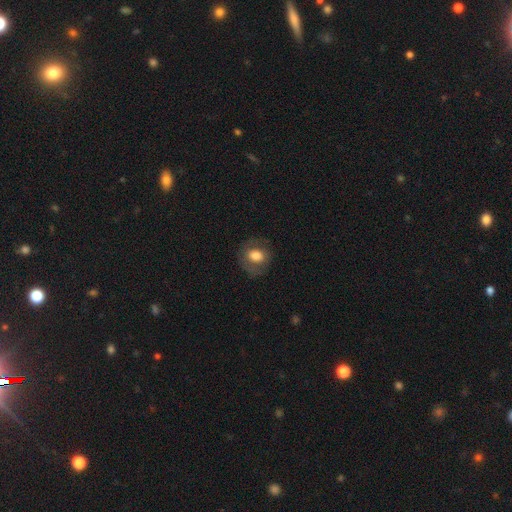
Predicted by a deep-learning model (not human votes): Smooth or featured?
  - smooth: 69% *
  - featured or disk: 23%
  - star or artifact: 8%
How rounded?
  - round: 65% *
  - in between: 34%
  - cigar-shaped: 1%
Merging?
  - none: 76% *
  - minor disturbance: 15%
  - major disturbance: 8%
  - merger: 1%